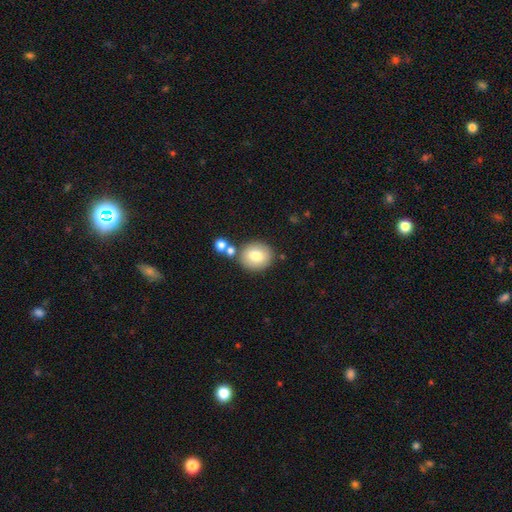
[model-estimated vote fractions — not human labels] Q: Smooth or featured?
A: smooth (77%); runner-up: featured or disk (14%)
Q: How rounded?
A: round (70%); runner-up: in between (29%)
Q: Merging?
A: none (74%); runner-up: merger (12%)